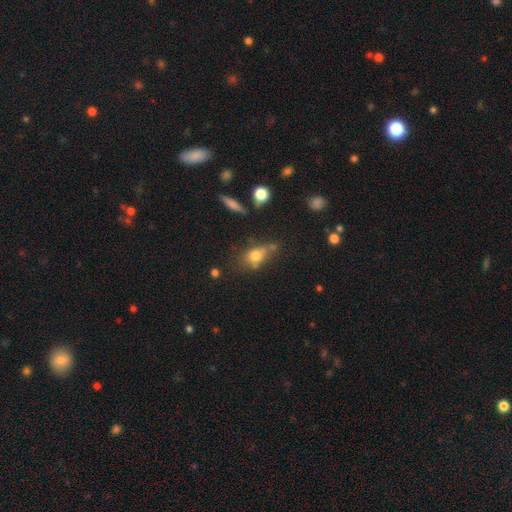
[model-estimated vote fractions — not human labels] The model was most divided on "merging": none: 47%, minor disturbance: 23%, merger: 18%, major disturbance: 12%. More confident: smooth or featured — smooth (70%); how rounded — in between (60%).